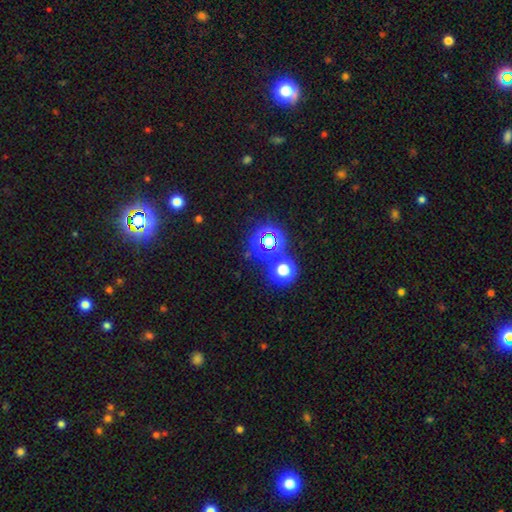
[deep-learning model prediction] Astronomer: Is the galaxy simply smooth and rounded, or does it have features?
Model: star or artifact — 56% (runner-up: smooth, 36%).